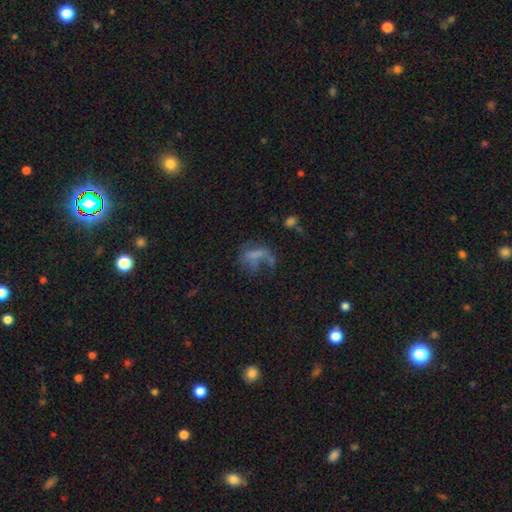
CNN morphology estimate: type=featured or disk (45%); merging=major disturbance (49%).